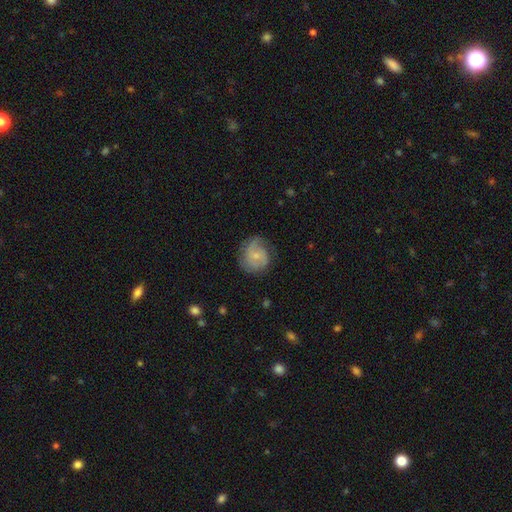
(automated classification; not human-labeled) Smooth or featured?
  - featured or disk: 55% *
  - smooth: 38%
  - star or artifact: 7%
Edge-on disk?
  - no: 98% *
  - yes: 2%
Bar?
  - no: 60% *
  - weak: 35%
  - strong: 5%
Spiral arms?
  - yes: 84% *
  - no: 16%
Bulge size?
  - small: 62% *
  - moderate: 28%
  - none: 8%
  - large: 2%
  - dominant: 1%
Merging?
  - none: 63% *
  - minor disturbance: 23%
  - major disturbance: 12%
  - merger: 1%